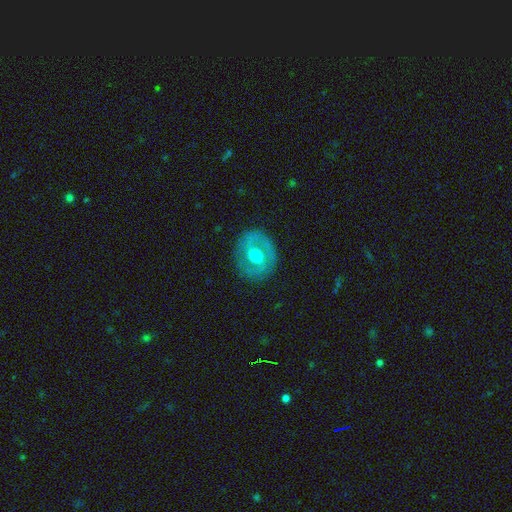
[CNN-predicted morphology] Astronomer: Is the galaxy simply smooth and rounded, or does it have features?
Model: featured or disk — 67%.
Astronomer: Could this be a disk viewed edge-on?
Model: no — 96%.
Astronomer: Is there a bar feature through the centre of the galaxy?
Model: no — 46% (runner-up: weak, 40%).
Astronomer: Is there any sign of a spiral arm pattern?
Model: yes — 62% (runner-up: no, 38%).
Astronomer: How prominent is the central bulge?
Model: moderate — 75%.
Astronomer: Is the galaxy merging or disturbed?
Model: none — 83%.